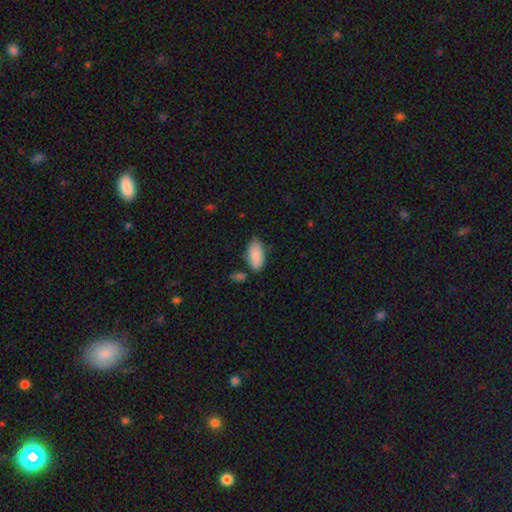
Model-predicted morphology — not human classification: smooth_or_featured: smooth (p=0.88) [alt: featured or disk p=0.06]
how_rounded: in between (p=0.94) [alt: cigar-shaped p=0.04]
merging: none (p=0.72) [alt: minor disturbance p=0.18]